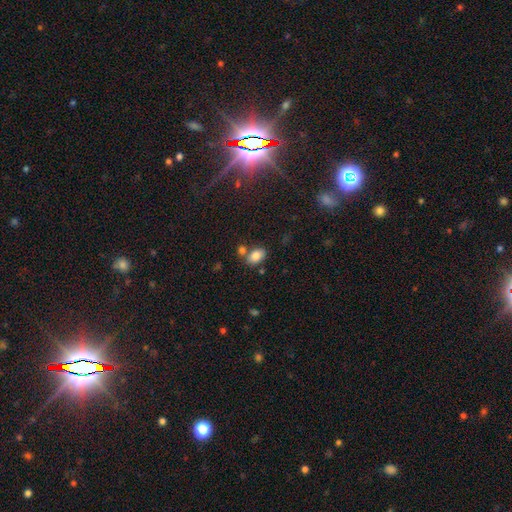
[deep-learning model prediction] This is clearly a smooth galaxy (82%). How rounded: clearly in between (84%). Merging: likely none (63%).